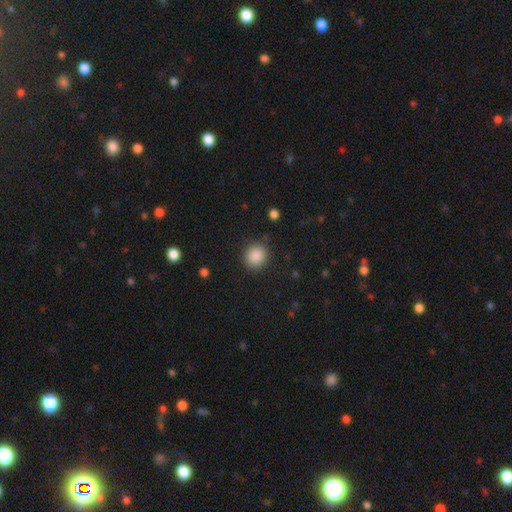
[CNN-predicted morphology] Smooth or featured? Predicted: smooth (p=0.88). How rounded? Predicted: round (p=0.83). Merging? Predicted: none (p=0.86).